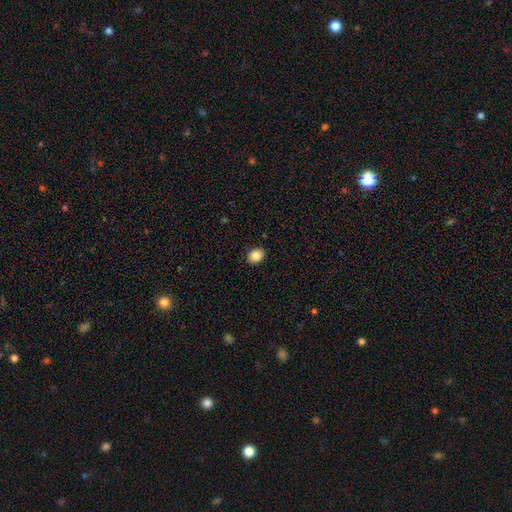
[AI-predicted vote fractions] A smooth galaxy with no disk features (86%) that is in between round and cigar-shaped (57%). Merging: none (90%).